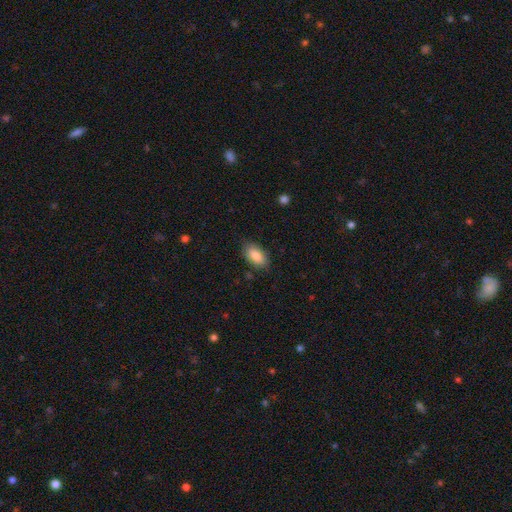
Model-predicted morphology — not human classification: Smooth or featured? Predicted: smooth (p=0.85). How rounded? Predicted: in between (p=0.92). Merging? Predicted: none (p=0.82).